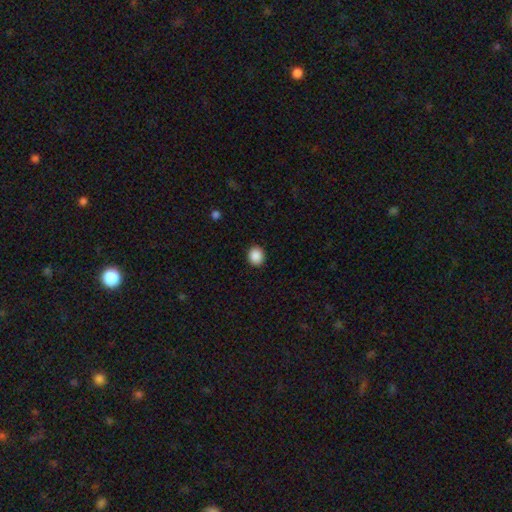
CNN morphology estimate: smooth 89%, star or artifact 9%, featured or disk 2%. Down the decision tree: how rounded — round (72%); merging — none (91%).